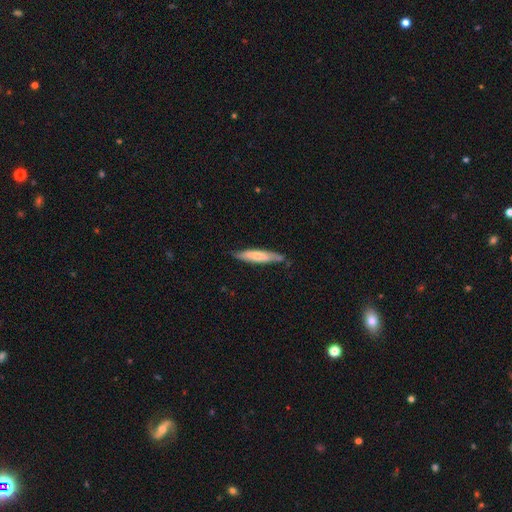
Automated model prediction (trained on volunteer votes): Q: Smooth or featured?
A: smooth (56%); runner-up: featured or disk (38%)
Q: How rounded?
A: cigar-shaped (88%); runner-up: in between (11%)
Q: Merging?
A: none (77%); runner-up: minor disturbance (18%)